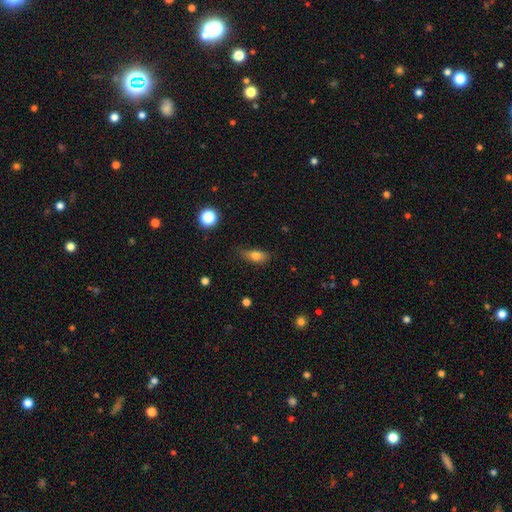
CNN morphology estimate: A smooth galaxy with no disk features (74%) that is in between round and cigar-shaped (75%).

Vote fractions:
- Smooth or featured? smooth: 74% / featured or disk: 16% / star or artifact: 10%
- How rounded? in between: 75% / cigar-shaped: 17% / round: 8%
- Merging? none: 67% / minor disturbance: 25% / major disturbance: 6% / merger: 2%